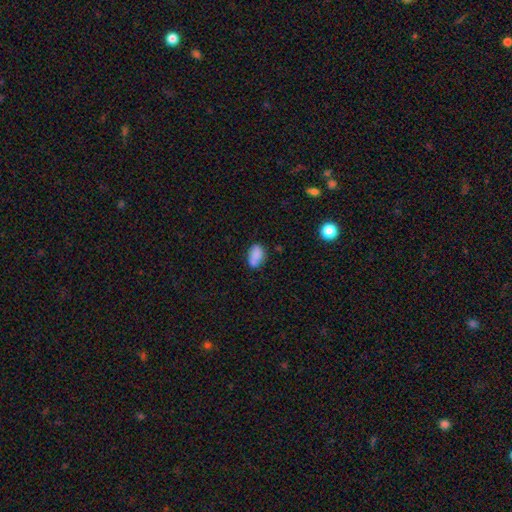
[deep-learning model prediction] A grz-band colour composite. It shows a smooth galaxy with no disk features (82%) that is in between round and cigar-shaped (87%). Merging: none (61%).